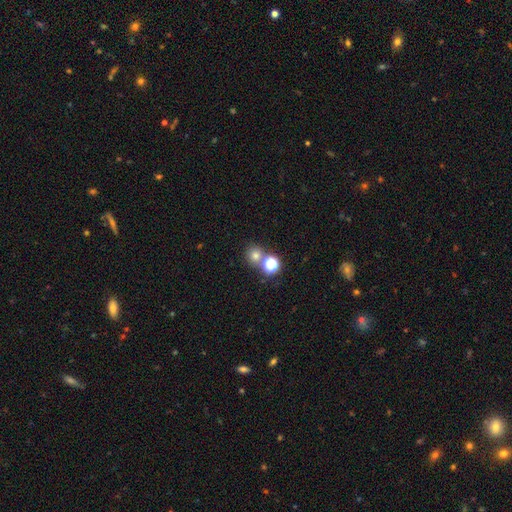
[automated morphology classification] smooth_or_featured: smooth (p=0.71) [alt: star or artifact p=0.21]
how_rounded: round (p=0.88) [alt: in between p=0.12]
merging: none (p=0.63) [alt: merger p=0.27]